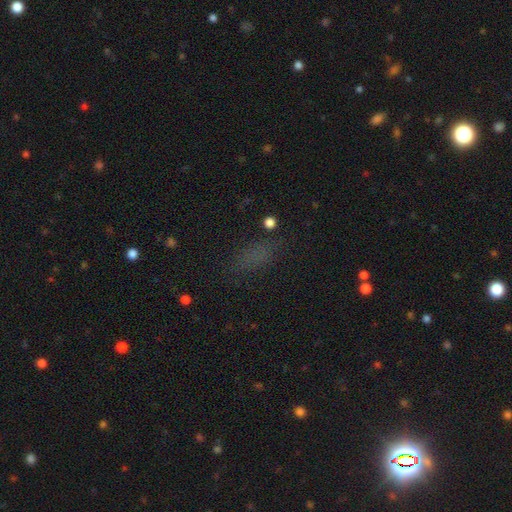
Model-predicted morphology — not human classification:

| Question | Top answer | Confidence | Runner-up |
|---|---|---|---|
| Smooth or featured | smooth | 62% | star or artifact (28%) |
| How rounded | in between | 71% | cigar-shaped (20%) |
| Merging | none | 75% | minor disturbance (15%) |